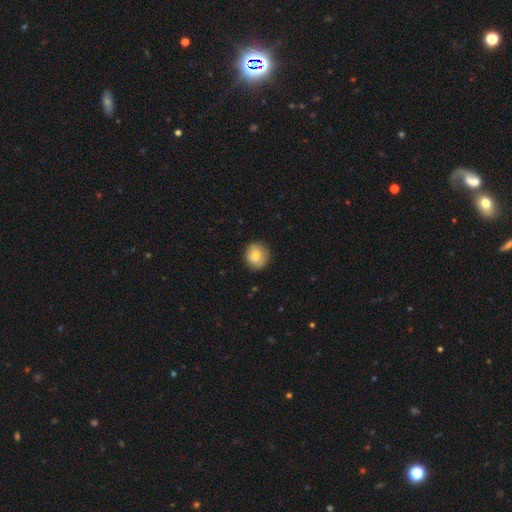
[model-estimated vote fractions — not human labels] Smooth or featured? Predicted: smooth (p=0.65). How rounded? Predicted: round (p=0.86). Merging? Predicted: none (p=0.83).